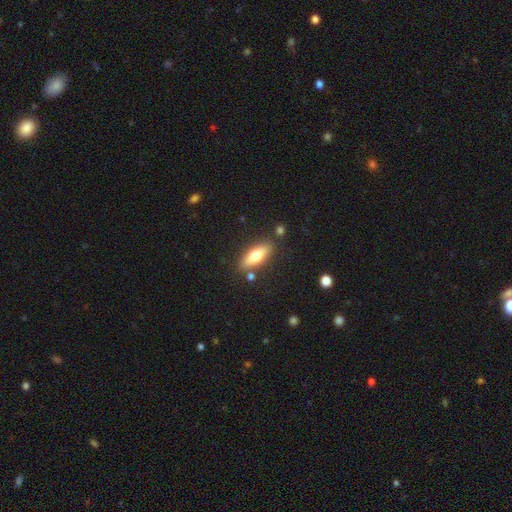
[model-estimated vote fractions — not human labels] This appears to be a smooth galaxy with no disk features (68%) that is in between round and cigar-shaped (60%). Merging: none (81%).